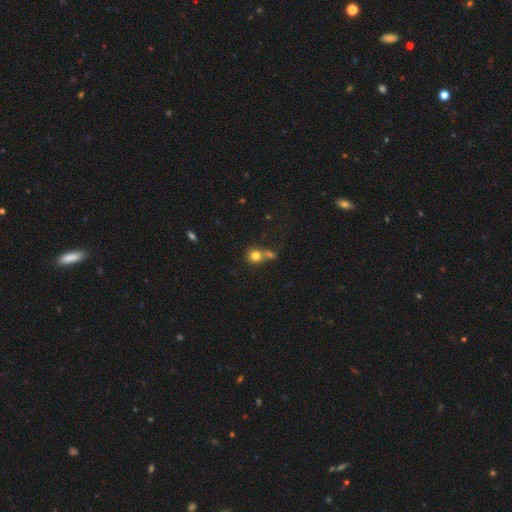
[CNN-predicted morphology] A smooth galaxy with no disk features (77%) that is round (85%).

Vote fractions:
- Smooth or featured? smooth: 77% / star or artifact: 12% / featured or disk: 11%
- How rounded? round: 85% / in between: 14% / cigar-shaped: 1%
- Merging? none: 42% (tied) / merger: 42% (tied) / minor disturbance: 10% / major disturbance: 6%